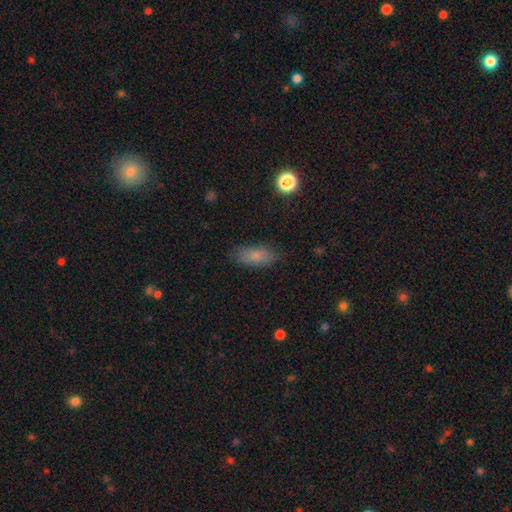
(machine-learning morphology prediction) smooth_or_featured: smooth (p=0.80) [alt: featured or disk p=0.11]
how_rounded: in between (p=0.85) [alt: cigar-shaped p=0.11]
merging: none (p=0.82) [alt: minor disturbance p=0.13]